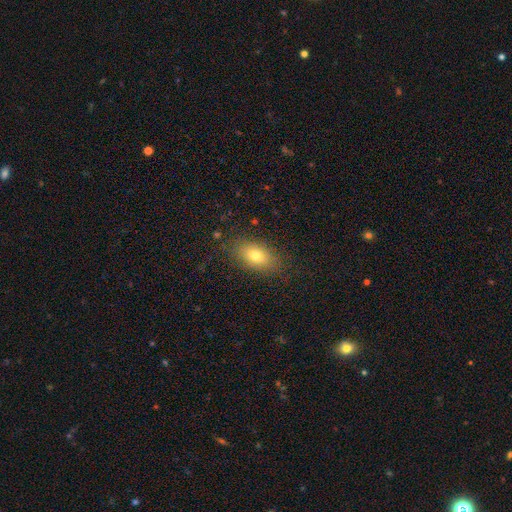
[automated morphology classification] A smooth galaxy with no disk features (77%) that is in between round and cigar-shaped (86%).

Vote fractions:
- Smooth or featured? smooth: 77% / featured or disk: 13% / star or artifact: 10%
- How rounded? in between: 86% / round: 9% / cigar-shaped: 5%
- Merging? none: 84% / minor disturbance: 11% / major disturbance: 3% / merger: 1%